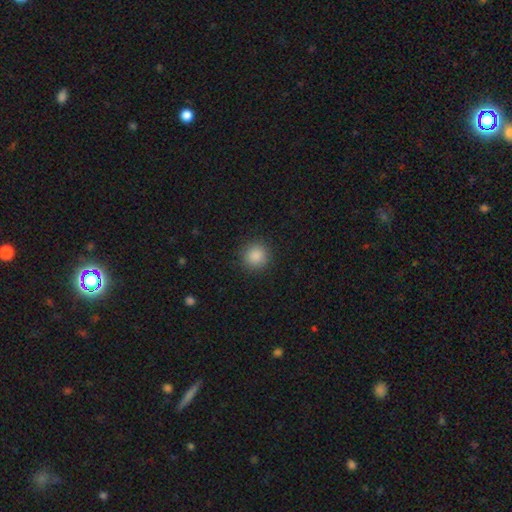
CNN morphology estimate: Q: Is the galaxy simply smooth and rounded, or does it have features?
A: smooth — 87%.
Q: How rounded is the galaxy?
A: round — 93%.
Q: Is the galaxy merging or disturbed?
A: none — 91%.